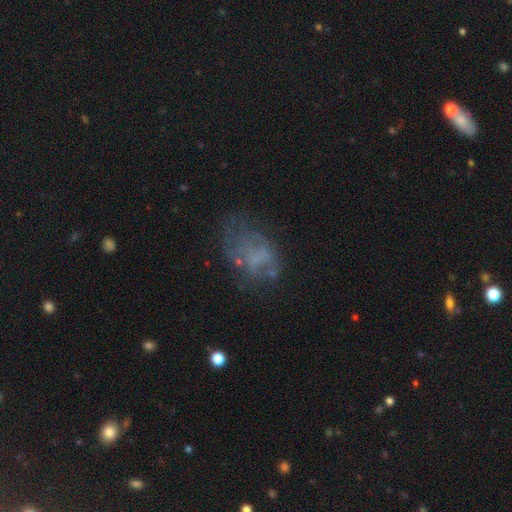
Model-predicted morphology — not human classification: featured or disk 48%, smooth 34%, star or artifact 18%. Down the decision tree: merging — none (44%).